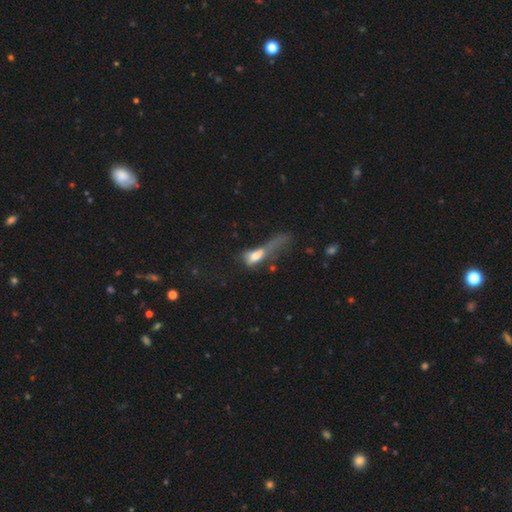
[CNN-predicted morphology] type=smooth (61%); roundness=in between (61%); merging=major disturbance (64%).